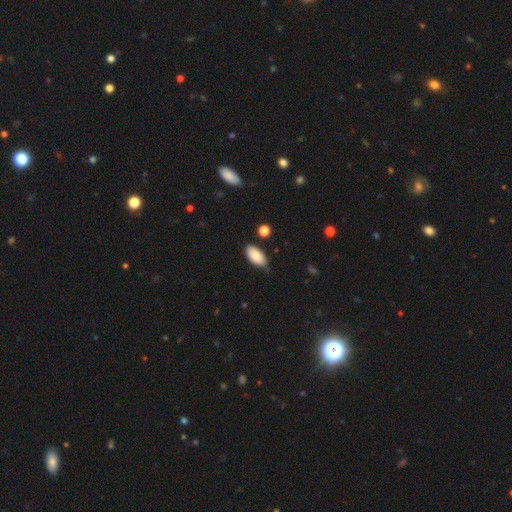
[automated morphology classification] The model was most divided on "merging": none: 71%, minor disturbance: 23%, major disturbance: 4%, merger: 3%. More confident: how rounded — in between (94%); smooth or featured — smooth (86%).